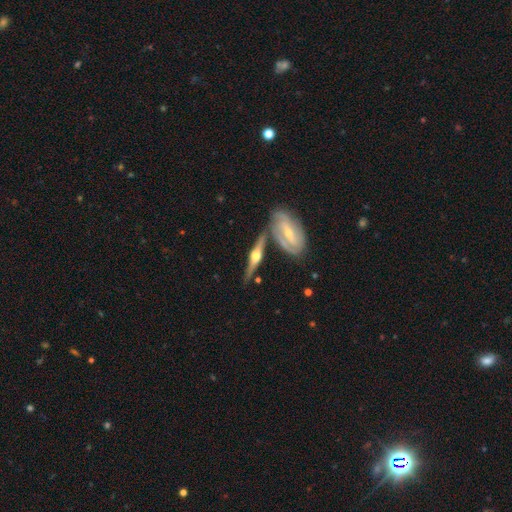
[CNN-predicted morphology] This appears to be a featured or disk galaxy (82%) viewed edge-on (94%) with a rounded central bulge (94%). Merging: none (67%).